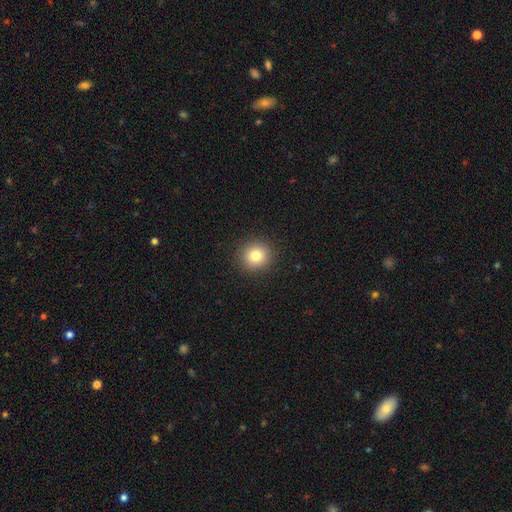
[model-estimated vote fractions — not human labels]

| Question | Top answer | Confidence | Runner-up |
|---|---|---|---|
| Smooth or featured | smooth | 81% | star or artifact (12%) |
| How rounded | round | 89% | in between (10%) |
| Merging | none | 91% | minor disturbance (6%) |